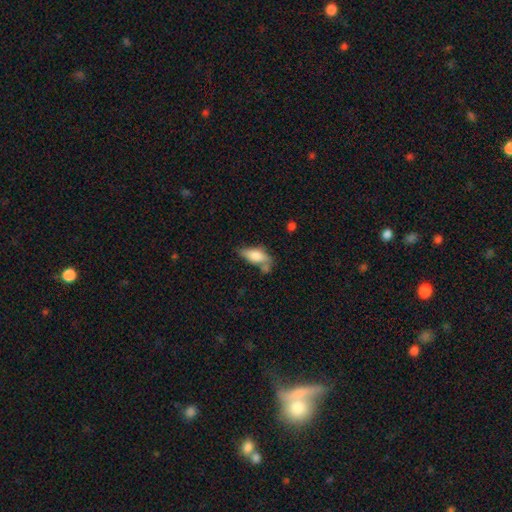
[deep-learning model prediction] A smooth galaxy with no disk features (75%) that is in between round and cigar-shaped (78%). Merging: none (43%).